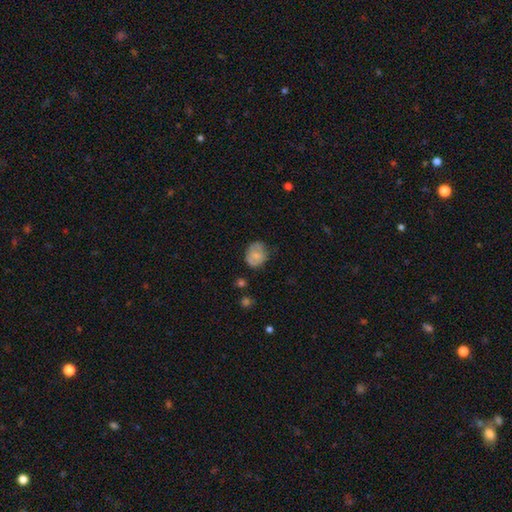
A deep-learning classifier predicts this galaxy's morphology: Smooth or featured? Predicted: smooth (p=0.67). How rounded? Predicted: in between (p=0.50). Merging? Predicted: none (p=0.54).